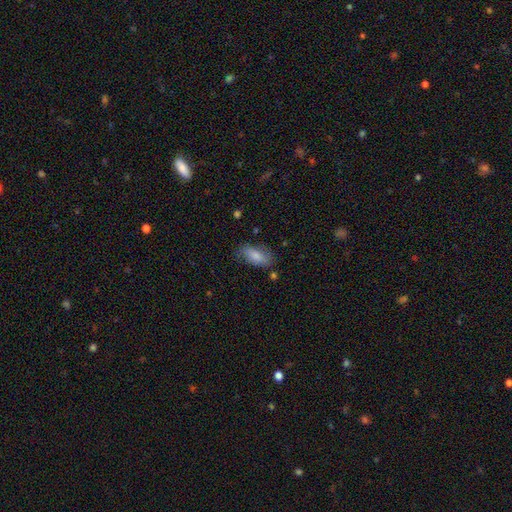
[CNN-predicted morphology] type=smooth (78%); roundness=in between (89%); merging=none (69%).